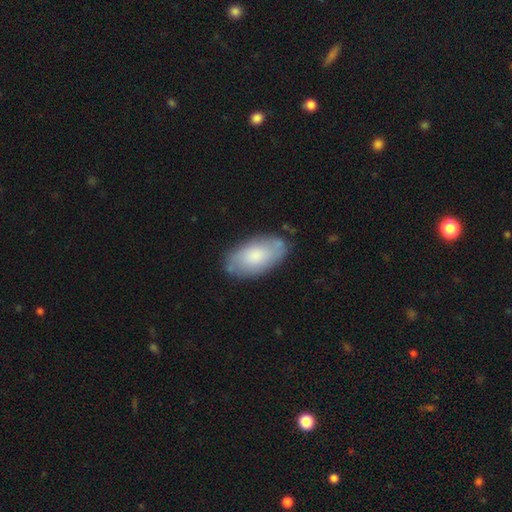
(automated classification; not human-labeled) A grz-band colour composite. It shows a smooth galaxy with no disk features (69%) that is in between round and cigar-shaped (95%). Merging: none (77%).